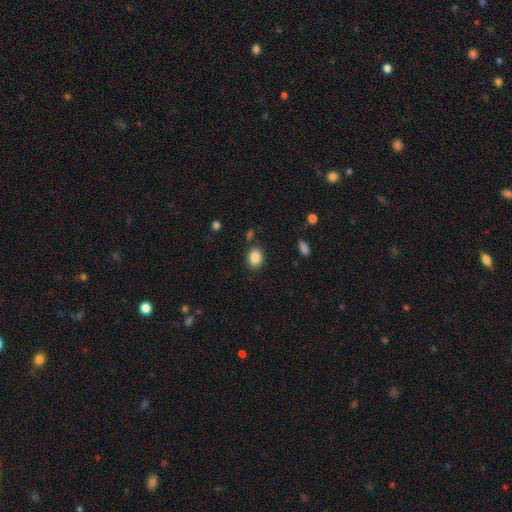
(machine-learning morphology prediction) type=smooth (87%); roundness=in between (55%); merging=none (82%).